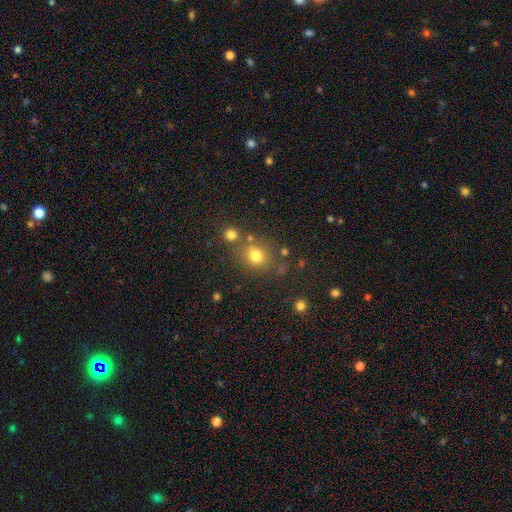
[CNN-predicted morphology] smooth 75%, star or artifact 16%, featured or disk 9%. Down the decision tree: how rounded — round (77%); merging — none (71%).